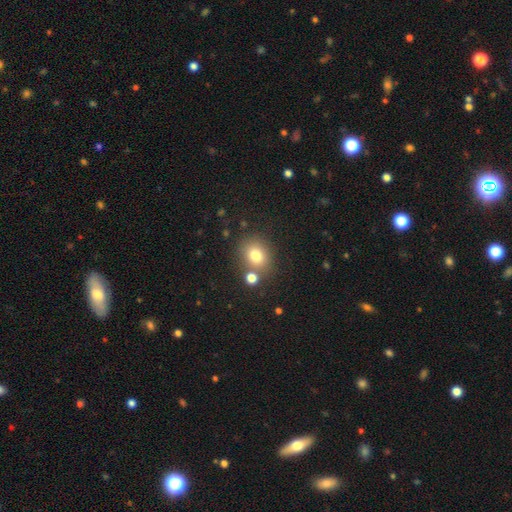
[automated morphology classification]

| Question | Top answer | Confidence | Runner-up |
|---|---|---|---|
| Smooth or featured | smooth | 77% | star or artifact (13%) |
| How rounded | round | 68% | in between (31%) |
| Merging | none | 72% | merger (14%) |